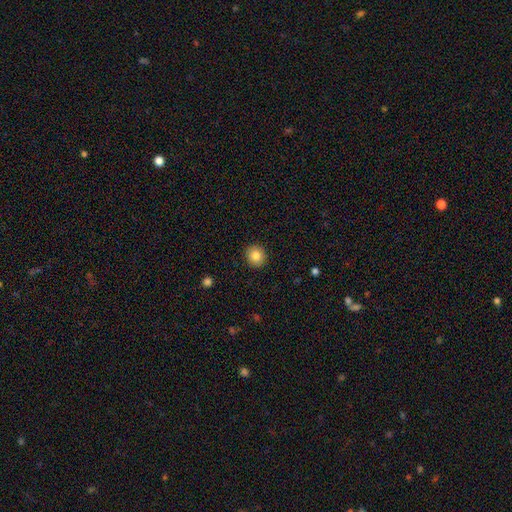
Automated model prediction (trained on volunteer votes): smooth_or_featured: smooth (p=0.84) [alt: star or artifact p=0.09]
how_rounded: round (p=0.88) [alt: in between p=0.11]
merging: none (p=0.91) [alt: minor disturbance p=0.06]